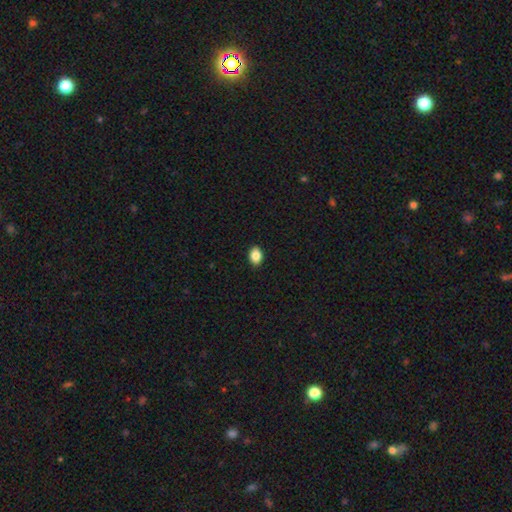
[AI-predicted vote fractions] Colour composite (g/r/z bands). It shows a smooth galaxy with no disk features (87%) that is in between round and cigar-shaped (76%). Merging: none (90%).